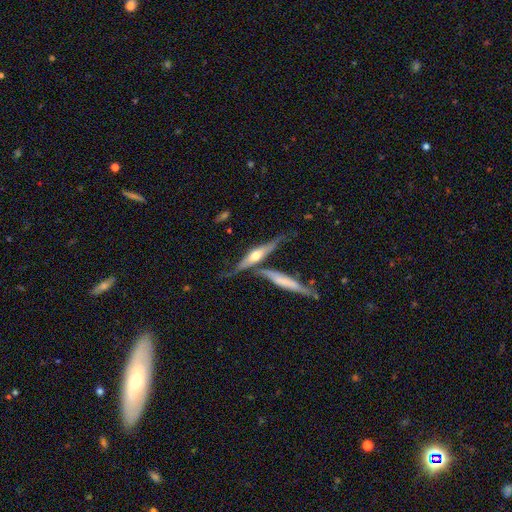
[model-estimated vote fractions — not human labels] smooth_or_featured: featured or disk (p=0.69) [alt: smooth p=0.25]
disk_edge_on: yes (p=0.91) [alt: no p=0.09]
edge_on_bulge: rounded (p=0.82) [alt: boxy p=0.10]
merging: none (p=0.56) [alt: merger p=0.22]